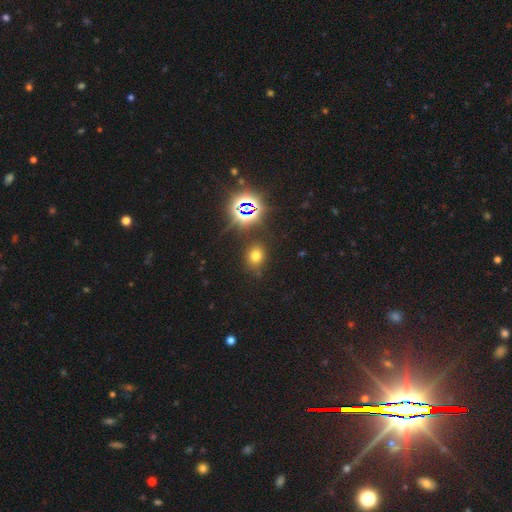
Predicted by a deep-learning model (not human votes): Smooth or featured? smooth (64%)
How rounded? round (53%)
Merging? none (80%)